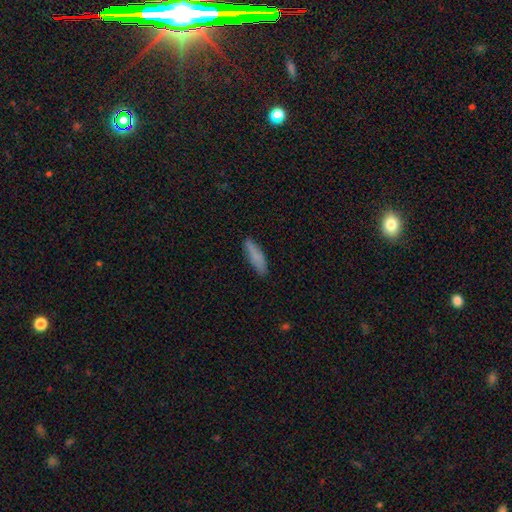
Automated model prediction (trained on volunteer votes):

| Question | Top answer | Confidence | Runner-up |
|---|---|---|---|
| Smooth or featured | smooth | 82% | featured or disk (11%) |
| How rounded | cigar-shaped | 70% | in between (28%) |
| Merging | none | 83% | minor disturbance (13%) |